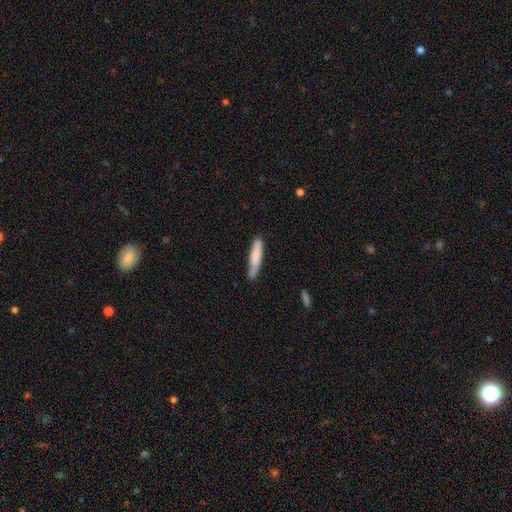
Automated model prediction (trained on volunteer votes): smooth-or-featured: smooth: 78% | featured or disk: 17% | star or artifact: 5%
  how-rounded: cigar-shaped: 89% | in between: 10% | round: 1%
  merging: none: 69% | minor disturbance: 24% | major disturbance: 4% | merger: 3%